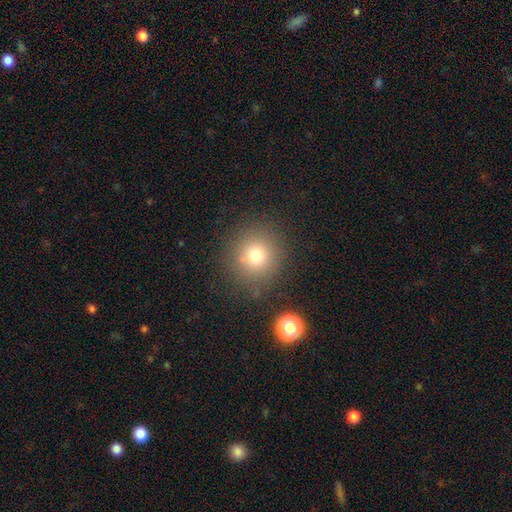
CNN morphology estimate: type=smooth (74%); roundness=round (92%); merging=none (84%).